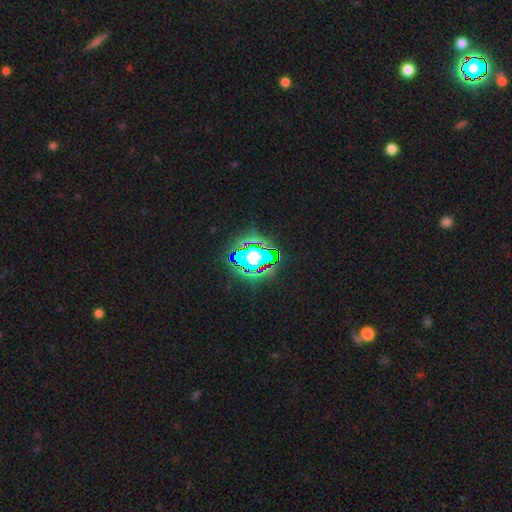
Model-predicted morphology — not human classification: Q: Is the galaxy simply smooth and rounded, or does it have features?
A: star or artifact — 81%.